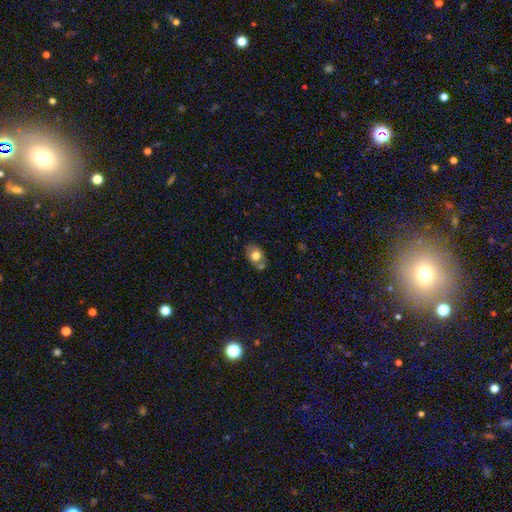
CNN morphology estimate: The model was most divided on "how rounded": in between: 65%, round: 34%, cigar-shaped: 1%. More confident: smooth or featured — smooth (75%); merging — none (57%).